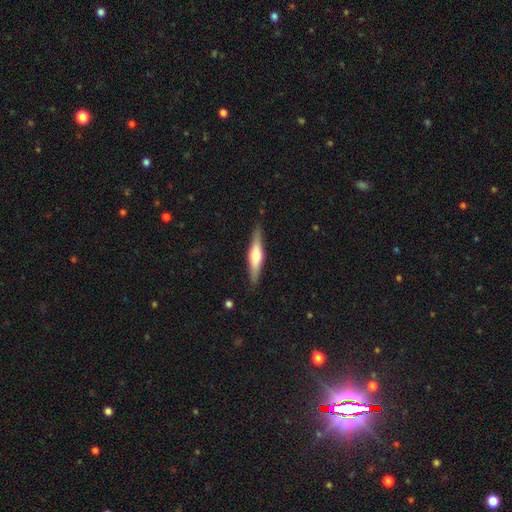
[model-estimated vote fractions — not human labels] Morphology: type=featured or disk (56%); edge-on=yes (96%); edge-on bulge=rounded (81%); merging=none (87%).